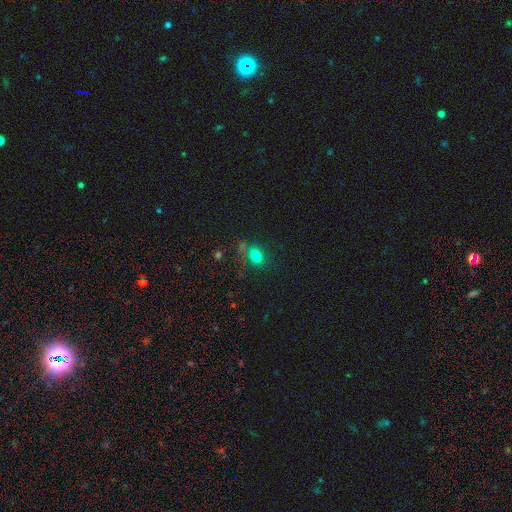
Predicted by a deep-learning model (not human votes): Smooth or featured: smooth — 76% (star or artifact — 16%)
How rounded: in between — 73% (round — 25%)
Merging: none — 72% (minor disturbance — 15%)